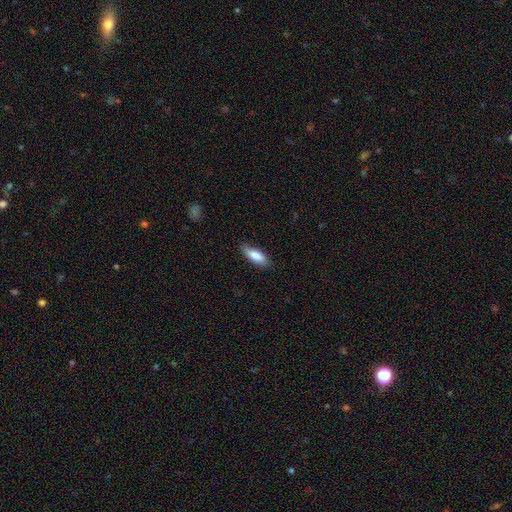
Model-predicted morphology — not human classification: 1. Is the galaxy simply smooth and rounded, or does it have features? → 83% smooth, 12% featured or disk, 6% star or artifact.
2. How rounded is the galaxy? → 64% in between, 34% cigar-shaped, 2% round.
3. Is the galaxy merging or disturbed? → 81% none, 15% minor disturbance, 3% major disturbance, 1% merger.